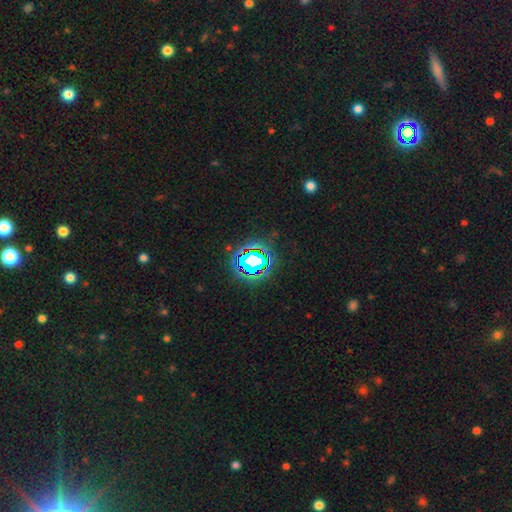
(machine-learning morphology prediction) A star or artifact, not a galaxy (72%).